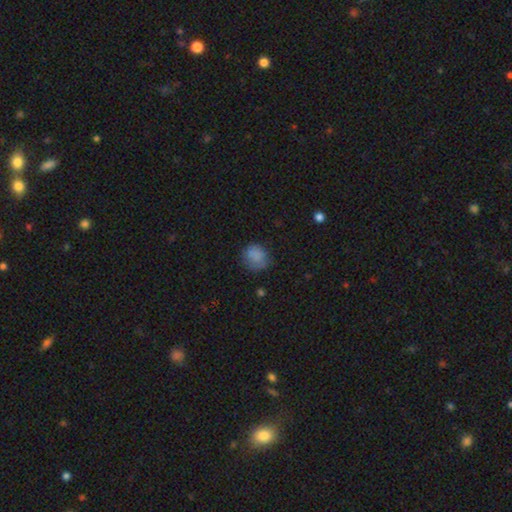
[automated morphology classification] smooth_or_featured: smooth (p=0.81) [alt: star or artifact p=0.11]
how_rounded: round (p=0.75) [alt: in between p=0.24]
merging: none (p=0.65) [alt: minor disturbance p=0.25]